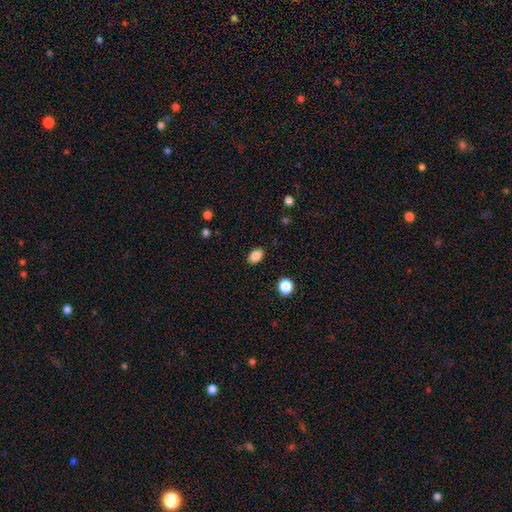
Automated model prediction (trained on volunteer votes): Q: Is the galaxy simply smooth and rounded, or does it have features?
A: smooth — 87%.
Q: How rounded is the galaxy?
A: in between — 82%.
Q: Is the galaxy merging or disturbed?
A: none — 87%.